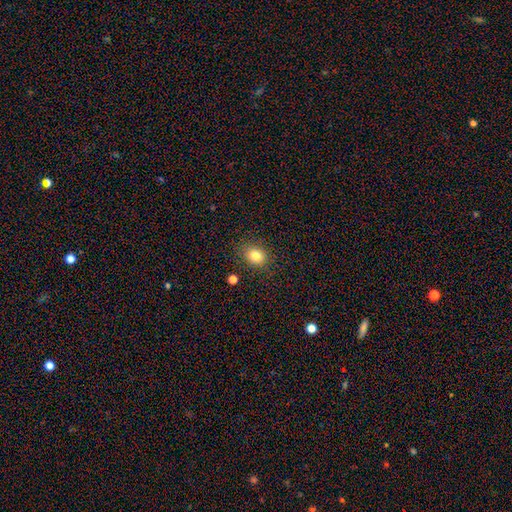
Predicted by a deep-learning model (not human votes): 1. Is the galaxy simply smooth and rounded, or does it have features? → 81% smooth, 12% star or artifact, 7% featured or disk.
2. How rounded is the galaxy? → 53% round, 46% in between, 1% cigar-shaped.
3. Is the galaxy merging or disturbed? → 85% none, 10% minor disturbance, 3% major disturbance, 2% merger.